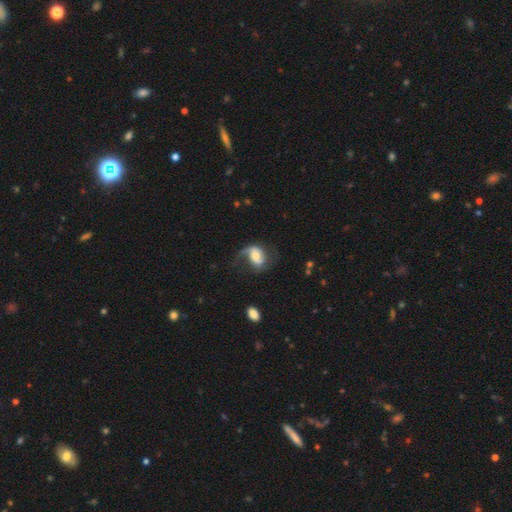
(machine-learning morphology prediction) Smooth or featured? featured or disk (66%)
Edge-on disk? no (97%)
Bar? no (51%)
Spiral arms? yes (88%)
Spiral winding? loose (54%)
Spiral arm count? 2 (59%)
Bulge size? moderate (60%)
Merging? none (43%)